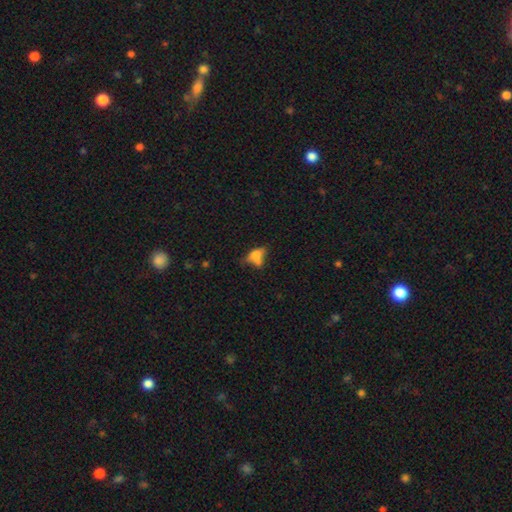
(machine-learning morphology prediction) Smooth or featured?
  - smooth: 66% *
  - featured or disk: 22%
  - star or artifact: 12%
How rounded?
  - in between: 78% *
  - round: 13%
  - cigar-shaped: 9%
Merging?
  - none: 36% *
  - minor disturbance: 25%
  - merger: 24%
  - major disturbance: 15%